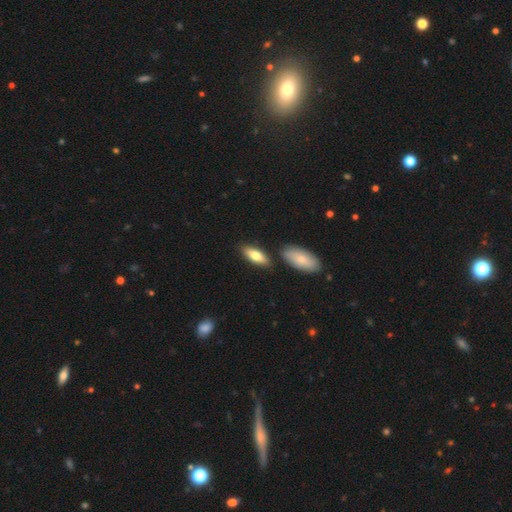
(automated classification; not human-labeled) Q: Smooth or featured?
A: smooth (74%); runner-up: featured or disk (21%)
Q: How rounded?
A: in between (74%); runner-up: cigar-shaped (24%)
Q: Merging?
A: none (80%); runner-up: minor disturbance (10%)